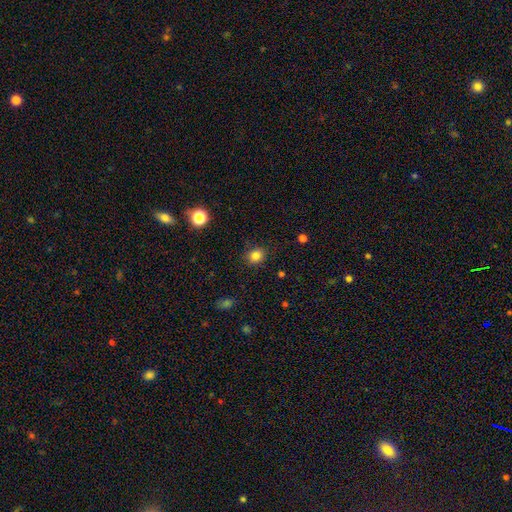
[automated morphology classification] Q: Smooth or featured?
A: smooth (82%); runner-up: star or artifact (12%)
Q: How rounded?
A: round (74%); runner-up: in between (25%)
Q: Merging?
A: none (87%); runner-up: minor disturbance (9%)